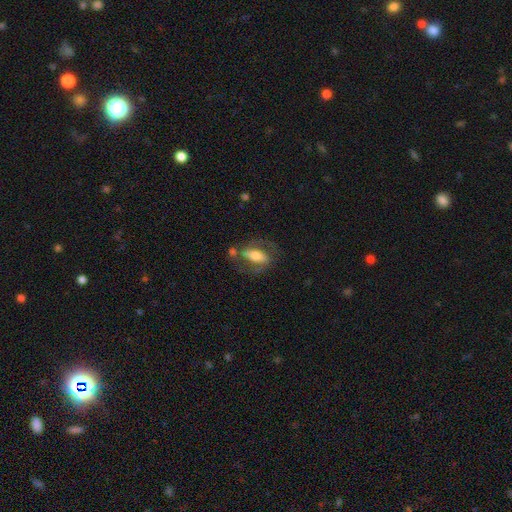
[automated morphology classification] Overall: featured or disk (59%; smooth 35%). Edge-on disk: no (82%). Merging: none (57%; minor disturbance 18%).